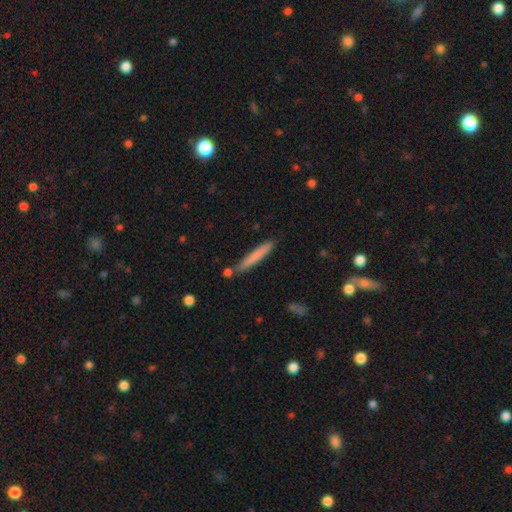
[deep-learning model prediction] Morphology: type=smooth (74%); roundness=cigar-shaped (96%); merging=none (82%).